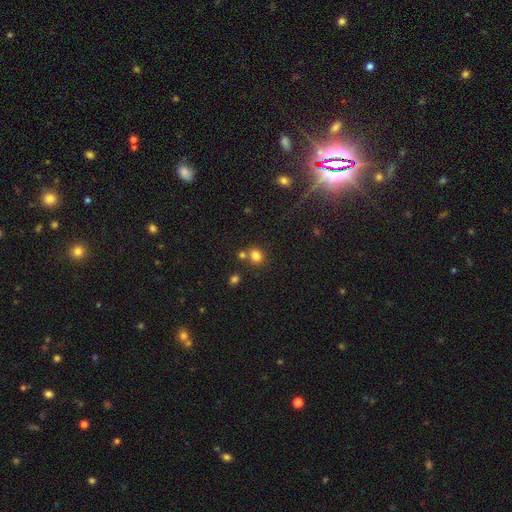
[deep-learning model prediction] A smooth galaxy with no disk features (81%) that is round (71%). Merging: none (65%).